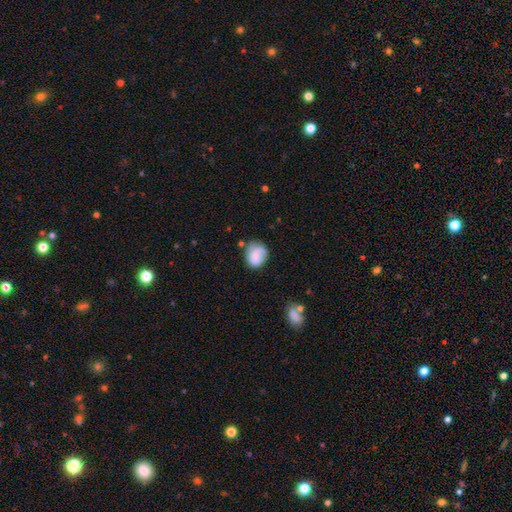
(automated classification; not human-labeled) Morphology: type=smooth (62%); roundness=round (60%); merging=none (57%).